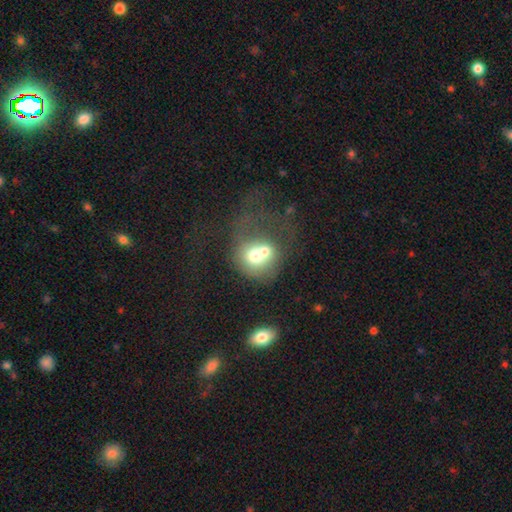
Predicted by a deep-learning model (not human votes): Smooth or featured: smooth — 60% (featured or disk — 29%)
How rounded: round — 75% (in between — 24%)
Merging: merger — 60% (none — 21%)